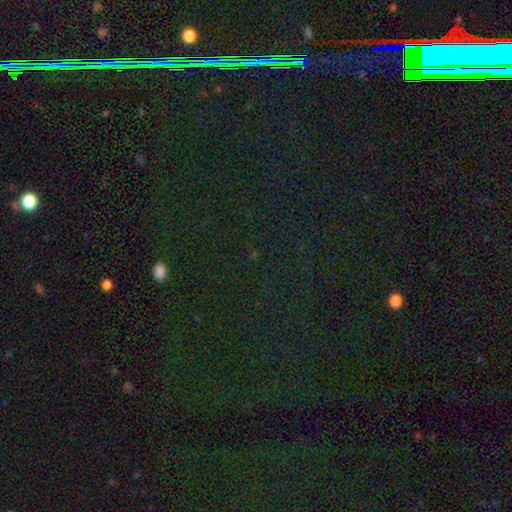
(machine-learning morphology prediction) Smooth or featured?
  - star or artifact: 83% *
  - smooth: 10%
  - featured or disk: 7%